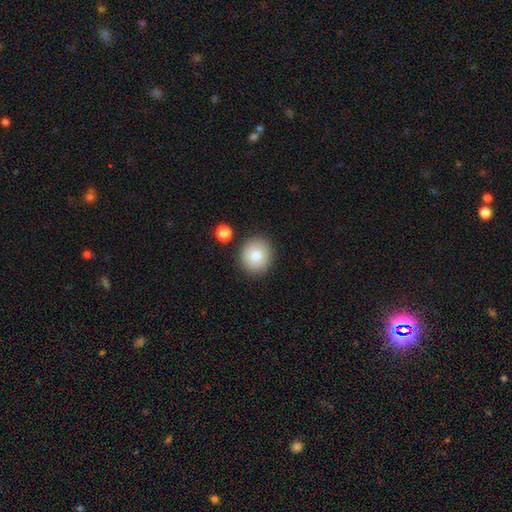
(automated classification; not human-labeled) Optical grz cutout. It shows a smooth galaxy with no disk features (79%) that is round (87%). Merging: none (86%).